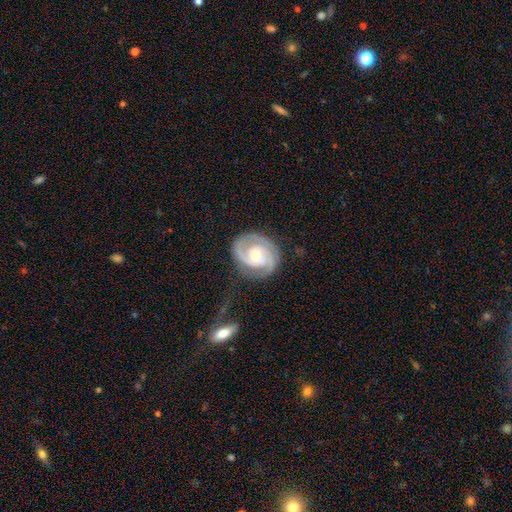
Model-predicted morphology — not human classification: smooth-or-featured: featured or disk: 86% | smooth: 10% | star or artifact: 5%
  disk-edge-on: no: 98% | yes: 2%
    bar: no: 65% | weak: 28% | strong: 7%
    has-spiral-arms: yes: 96% | no: 4%
      spiral-winding: tight: 58% | medium: 34% | loose: 7%
      spiral-arm-count: 2: 73% | can't tell: 9% | 1: 8% | 3: 7% | 4: 2% | more than 4: 2%
    bulge-size: moderate: 53% | small: 41% | large: 3% | none: 1% | dominant: 1%
  merging: none: 73% | minor disturbance: 17% | major disturbance: 8% | merger: 2%